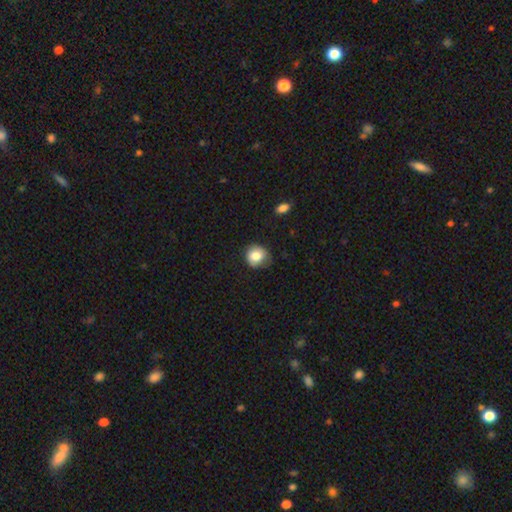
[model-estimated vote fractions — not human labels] Overall: smooth (81%). How rounded: round (83%). Merging: none (72%).